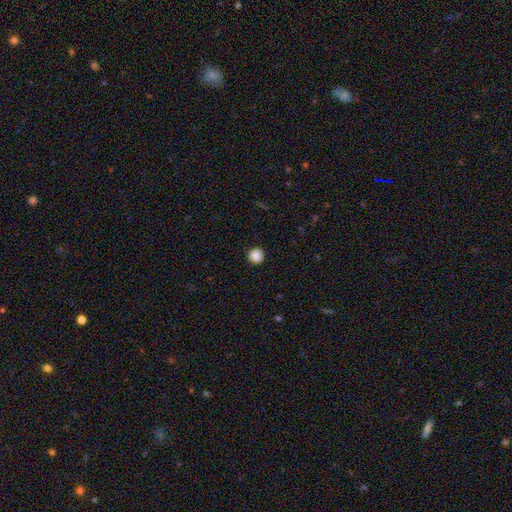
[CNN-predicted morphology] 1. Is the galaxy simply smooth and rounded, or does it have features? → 87% smooth, 9% star or artifact, 4% featured or disk.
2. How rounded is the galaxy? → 94% round, 5% in between, 1% cigar-shaped.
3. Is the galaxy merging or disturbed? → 91% none, 6% minor disturbance, 2% major disturbance, 1% merger.